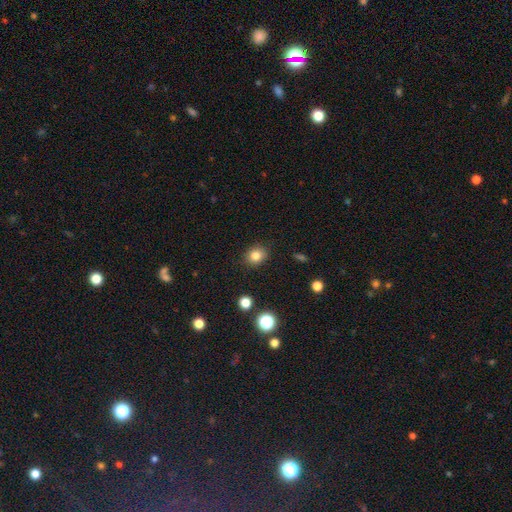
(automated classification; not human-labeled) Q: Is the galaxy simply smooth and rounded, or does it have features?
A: smooth — 82%.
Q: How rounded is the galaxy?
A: round — 65%.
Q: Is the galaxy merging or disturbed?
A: none — 88%.